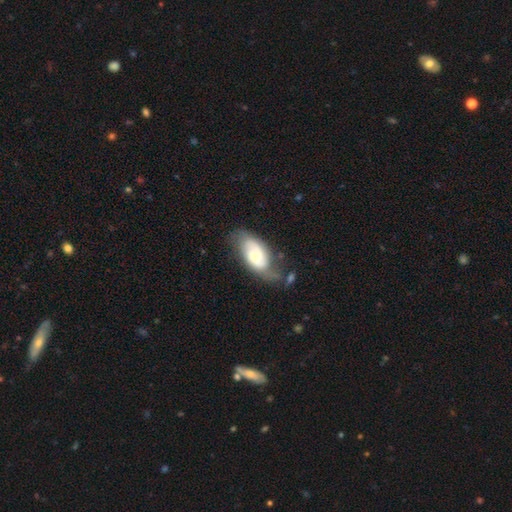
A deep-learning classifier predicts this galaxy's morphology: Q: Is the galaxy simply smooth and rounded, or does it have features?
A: featured or disk — 50%.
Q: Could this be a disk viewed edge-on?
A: no — 92%.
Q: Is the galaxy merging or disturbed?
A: none — 50%.